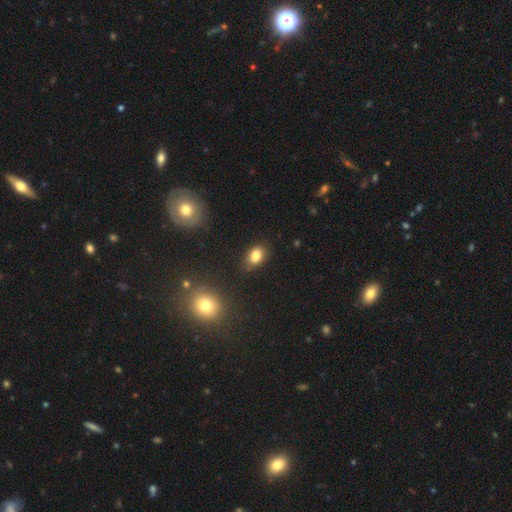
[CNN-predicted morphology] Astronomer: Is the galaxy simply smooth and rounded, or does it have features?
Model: smooth — 83%.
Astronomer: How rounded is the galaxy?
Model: in between — 78%.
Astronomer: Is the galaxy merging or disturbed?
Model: none — 77%.